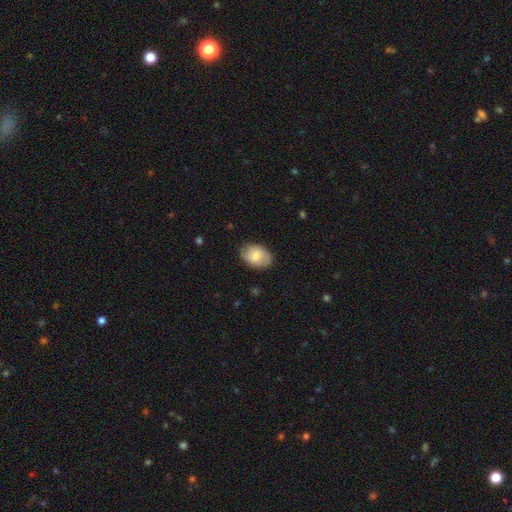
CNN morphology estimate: Overall: smooth (71%). How rounded: in between (78%). Merging: none (81%).